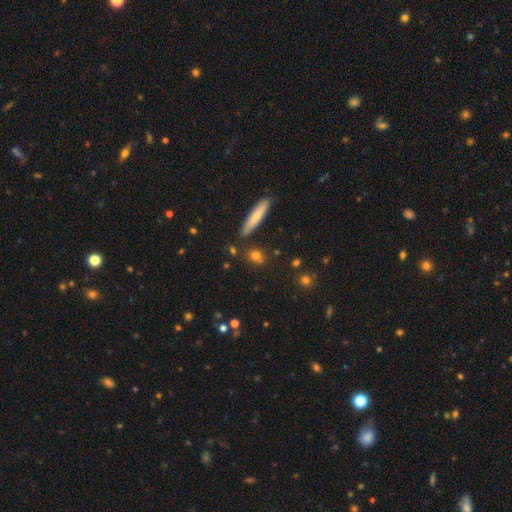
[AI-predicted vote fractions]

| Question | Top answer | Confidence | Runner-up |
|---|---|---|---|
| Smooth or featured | smooth | 73% | featured or disk (14%) |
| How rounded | round | 49% | in between (27%) |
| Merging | none | 77% | minor disturbance (10%) |